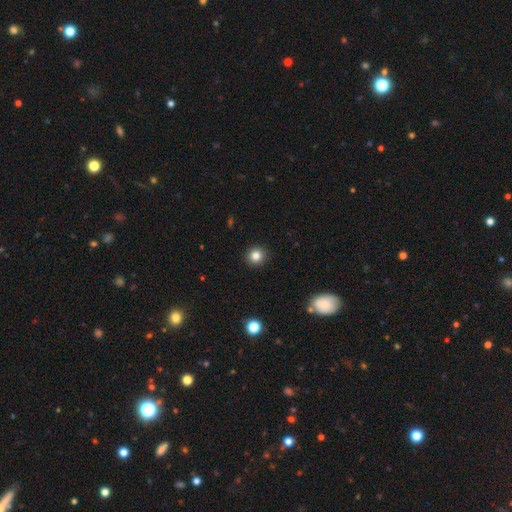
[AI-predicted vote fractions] Smooth or featured?
  - smooth: 83% *
  - star or artifact: 12%
  - featured or disk: 6%
How rounded?
  - round: 91% *
  - in between: 8%
  - cigar-shaped: 1%
Merging?
  - none: 92% *
  - minor disturbance: 5%
  - major disturbance: 2%
  - merger: 1%